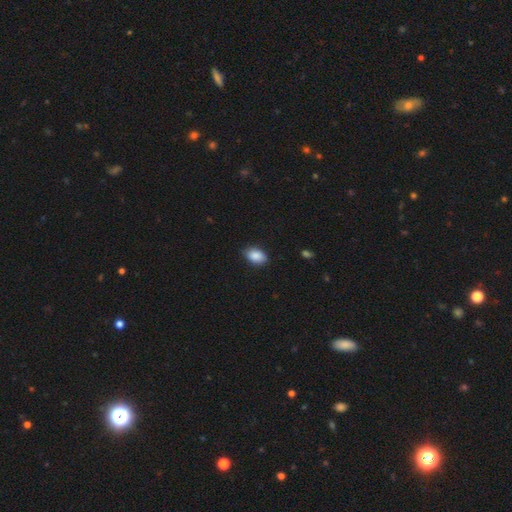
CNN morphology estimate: This is clearly a smooth galaxy (89%). How rounded: clearly in between (90%). Merging: clearly none (84%).